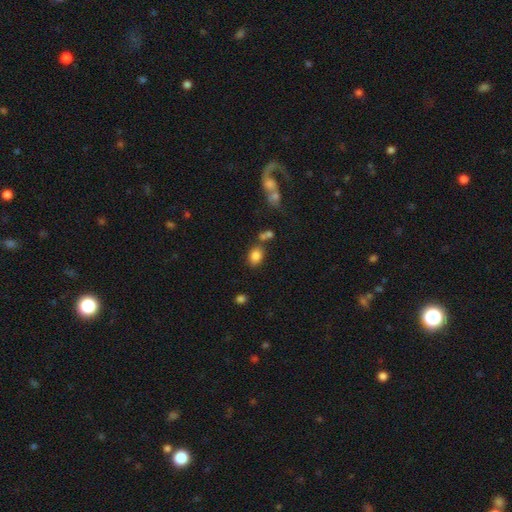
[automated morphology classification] Smooth or featured: smooth — 83% (star or artifact — 11%)
How rounded: in between — 65% (round — 33%)
Merging: none — 67% (merger — 15%)